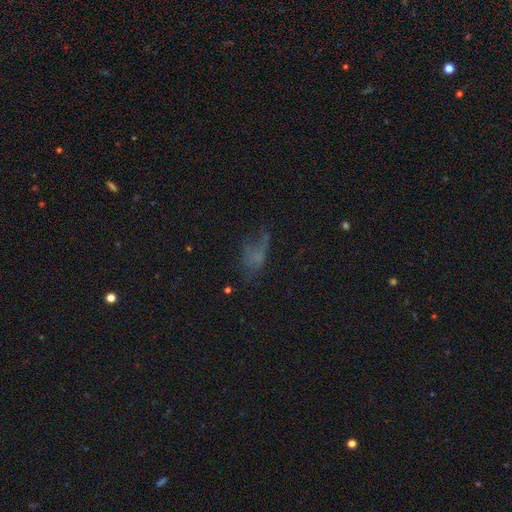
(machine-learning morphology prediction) Smooth or featured: smooth — 45% (featured or disk — 30%)
Merging: none — 38% (major disturbance — 35%)